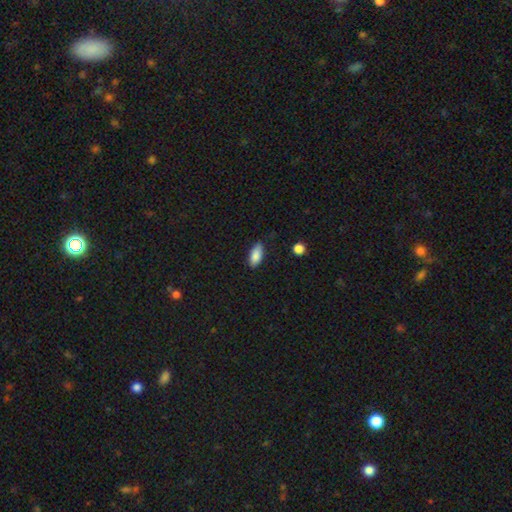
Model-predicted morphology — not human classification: Q: Smooth or featured?
A: smooth (86%); runner-up: featured or disk (7%)
Q: How rounded?
A: in between (87%); runner-up: cigar-shaped (11%)
Q: Merging?
A: none (78%); runner-up: minor disturbance (18%)